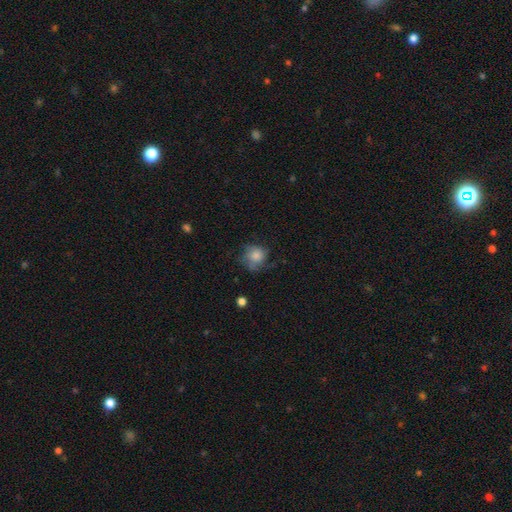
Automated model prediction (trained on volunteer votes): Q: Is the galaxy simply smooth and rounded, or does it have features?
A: smooth — 66%.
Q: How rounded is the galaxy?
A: round — 78%.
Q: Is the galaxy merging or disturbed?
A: none — 54%.